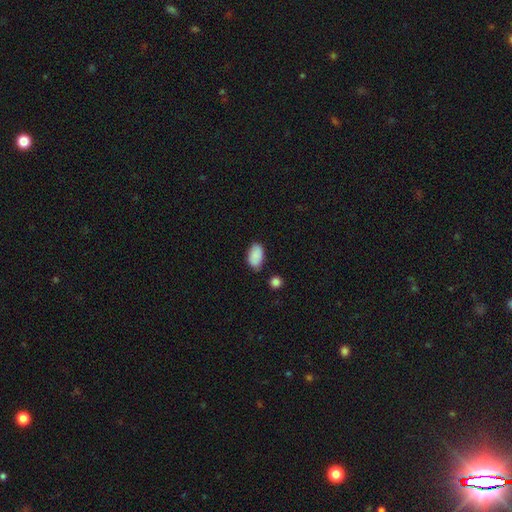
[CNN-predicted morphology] The model was most divided on "merging": none: 72%, minor disturbance: 20%, merger: 4%, major disturbance: 4%. More confident: how rounded — in between (93%); smooth or featured — smooth (88%).